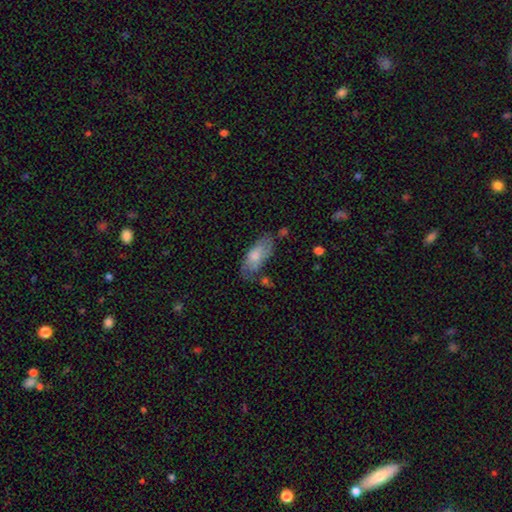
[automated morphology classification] smooth_or_featured: smooth (p=0.66) [alt: featured or disk p=0.27]
how_rounded: in between (p=0.86) [alt: cigar-shaped p=0.12]
merging: none (p=0.51) [alt: minor disturbance p=0.29]